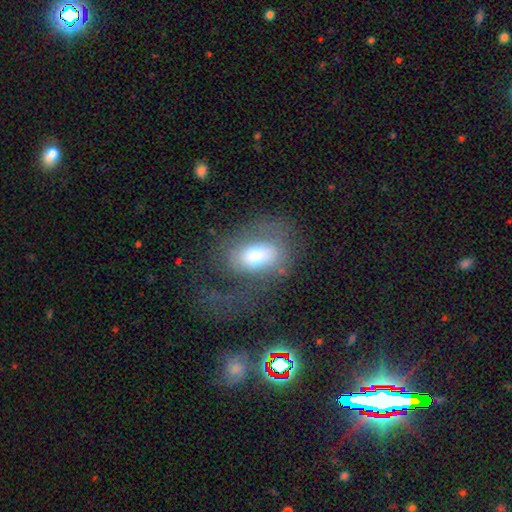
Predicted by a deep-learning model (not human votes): Morphology: type=smooth (58%); roundness=in between (85%); merging=major disturbance (41%).